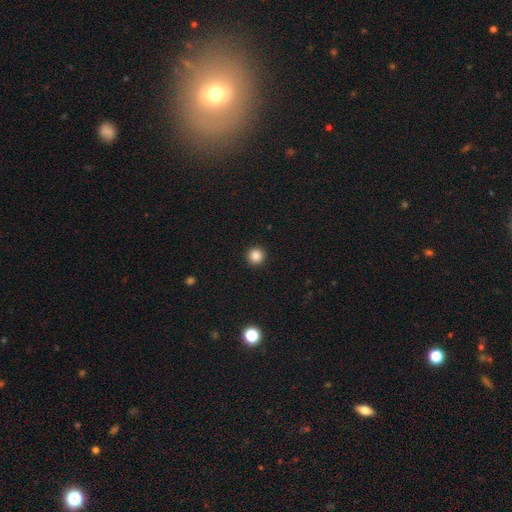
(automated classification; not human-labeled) smooth-or-featured: smooth: 86% | star or artifact: 11% | featured or disk: 3%
  how-rounded: round: 96% | in between: 3% | cigar-shaped: 1%
  merging: none: 93% | minor disturbance: 4% | major disturbance: 2% | merger: 1%